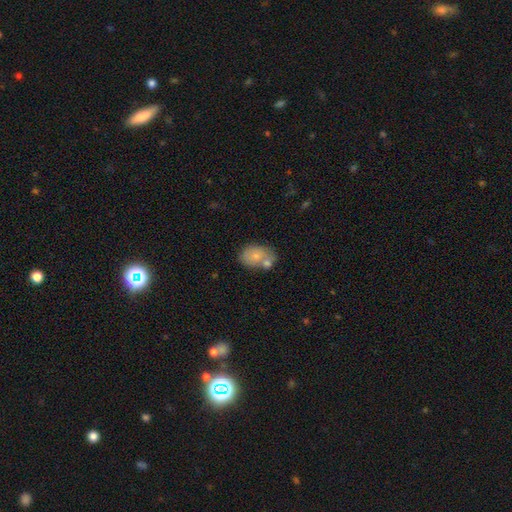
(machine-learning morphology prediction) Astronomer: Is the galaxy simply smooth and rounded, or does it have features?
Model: smooth — 74%.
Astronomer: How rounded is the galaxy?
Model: in between — 77%.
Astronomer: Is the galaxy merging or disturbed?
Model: none — 42% (runner-up: merger, 36%).